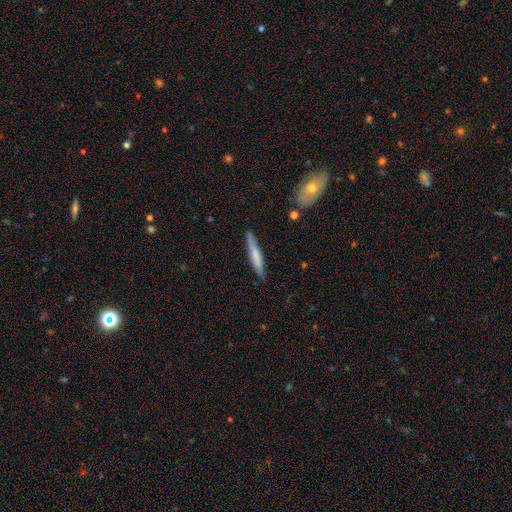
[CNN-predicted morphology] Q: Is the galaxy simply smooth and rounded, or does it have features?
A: smooth — 62%.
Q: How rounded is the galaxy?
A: cigar-shaped — 93%.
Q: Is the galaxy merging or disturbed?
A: none — 82%.